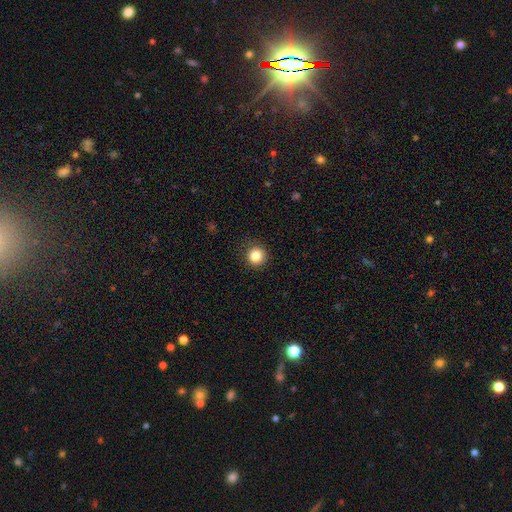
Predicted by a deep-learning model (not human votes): Smooth or featured: smooth — 84% (star or artifact — 11%)
How rounded: round — 94% (in between — 5%)
Merging: none — 90% (minor disturbance — 7%)